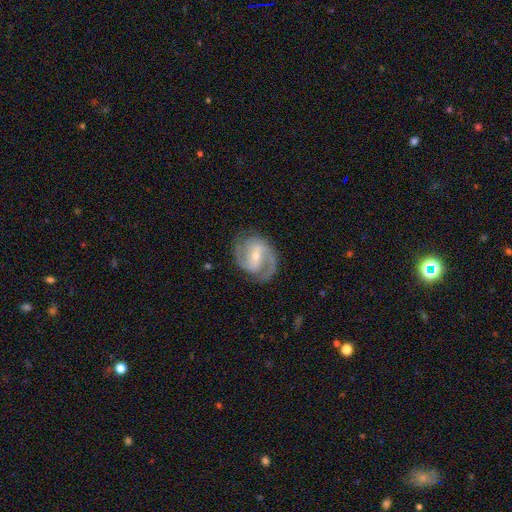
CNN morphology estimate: A featured or disk galaxy (90%) with a weak bar (47%), 2 (80%) medium (54%) spiral arms (97%) and a small central bulge (56%). Merging: none (78%).